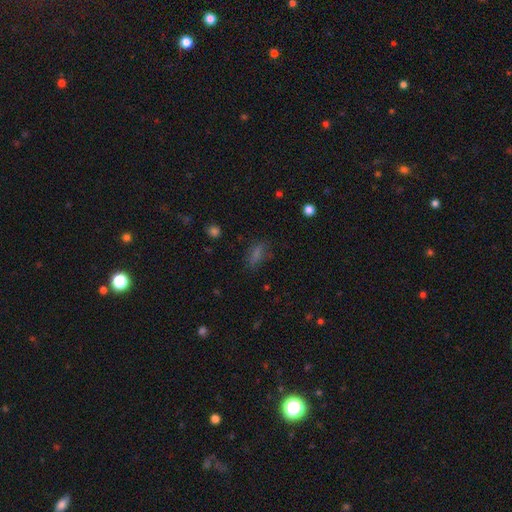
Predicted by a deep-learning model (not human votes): This appears to be a smooth galaxy with no disk features (63%) that is in between round and cigar-shaped (66%). Merging: none (70%).